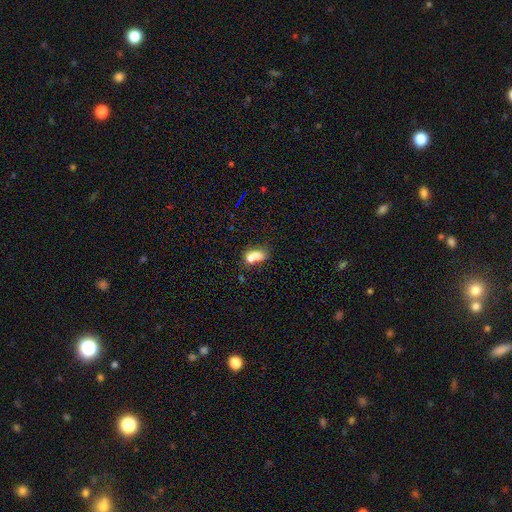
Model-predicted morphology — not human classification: This appears to be a smooth galaxy with no disk features (69%) that is in between round and cigar-shaped (67%). Merging: merger (61%).